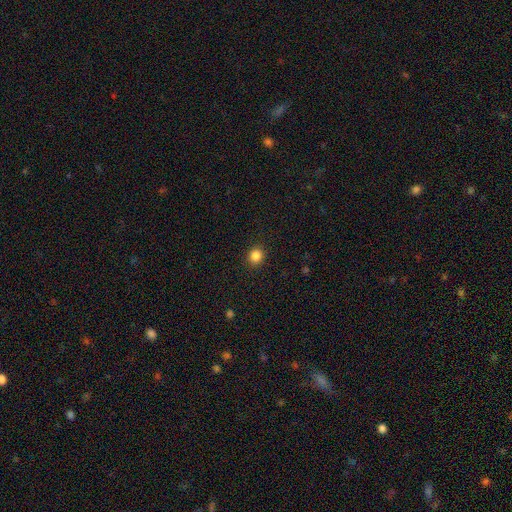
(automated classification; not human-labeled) Smooth or featured?
  - smooth: 85% *
  - star or artifact: 11%
  - featured or disk: 3%
How rounded?
  - round: 87% *
  - in between: 12%
  - cigar-shaped: 1%
Merging?
  - none: 91% *
  - minor disturbance: 6%
  - major disturbance: 2%
  - merger: 1%